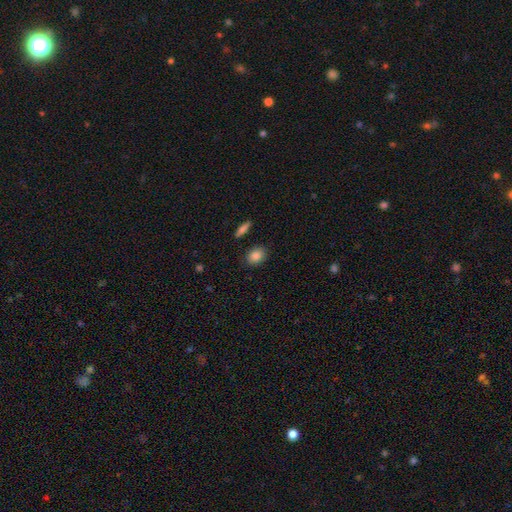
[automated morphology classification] type=smooth (86%); roundness=in between (61%); merging=none (86%).